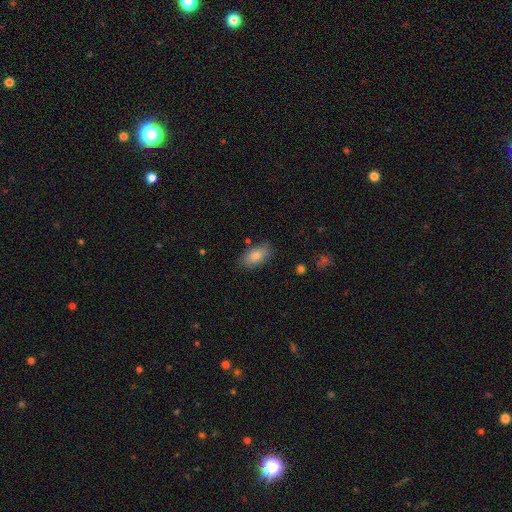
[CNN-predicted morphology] Q: Smooth or featured?
A: smooth (79%); runner-up: featured or disk (13%)
Q: How rounded?
A: in between (92%); runner-up: round (4%)
Q: Merging?
A: none (80%); runner-up: minor disturbance (15%)